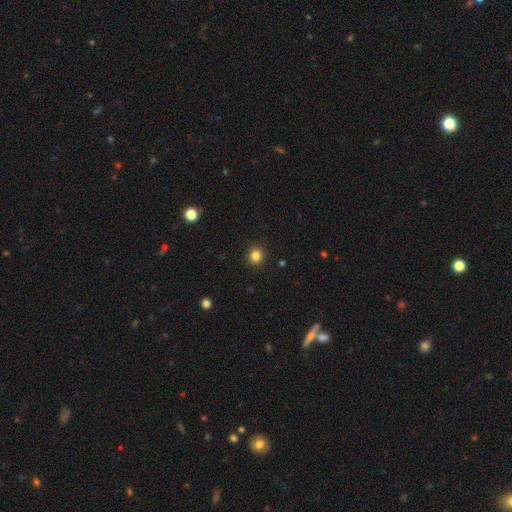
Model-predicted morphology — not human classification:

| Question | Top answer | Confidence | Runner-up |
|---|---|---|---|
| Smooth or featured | smooth | 83% | star or artifact (12%) |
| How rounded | round | 89% | in between (10%) |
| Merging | none | 91% | minor disturbance (6%) |